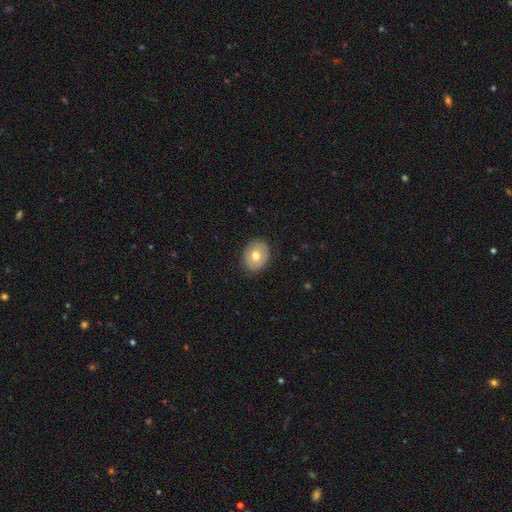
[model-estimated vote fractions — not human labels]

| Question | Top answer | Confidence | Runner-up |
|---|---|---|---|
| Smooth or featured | smooth | 71% | featured or disk (21%) |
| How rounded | round | 52% | in between (47%) |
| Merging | none | 88% | minor disturbance (9%) |